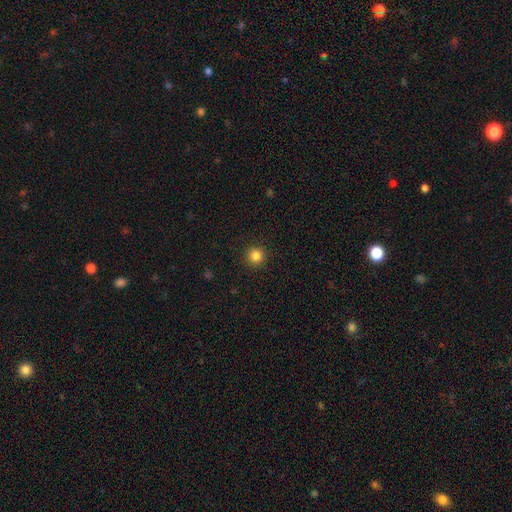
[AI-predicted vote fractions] Smooth or featured: smooth — 84% (star or artifact — 12%)
How rounded: round — 95% (in between — 4%)
Merging: none — 93% (minor disturbance — 5%)